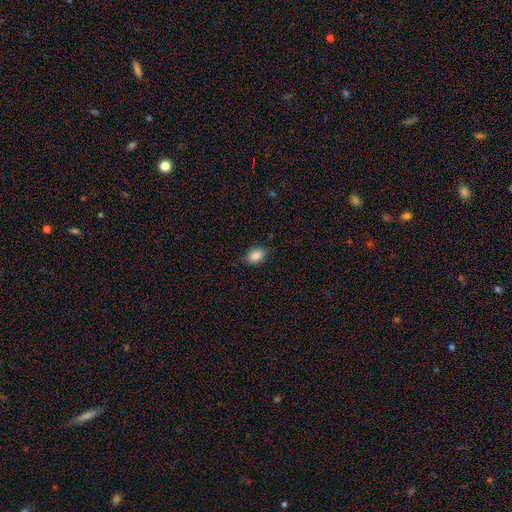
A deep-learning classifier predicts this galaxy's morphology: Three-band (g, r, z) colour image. It shows a smooth galaxy with no disk features (86%) that is in between round and cigar-shaped (78%). Merging: none (80%).